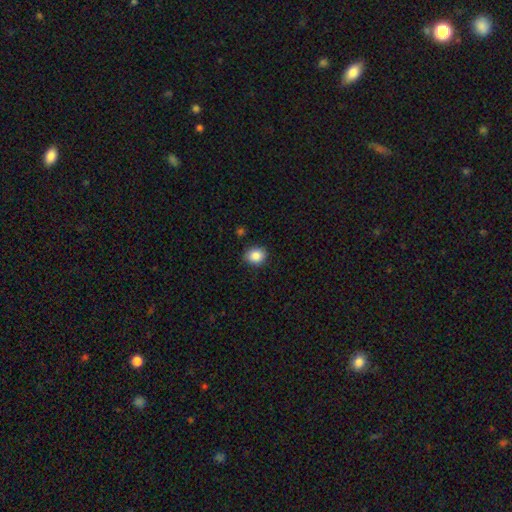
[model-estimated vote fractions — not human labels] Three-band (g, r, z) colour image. It shows a smooth galaxy with no disk features (87%) that is round (61%). Merging: none (86%).